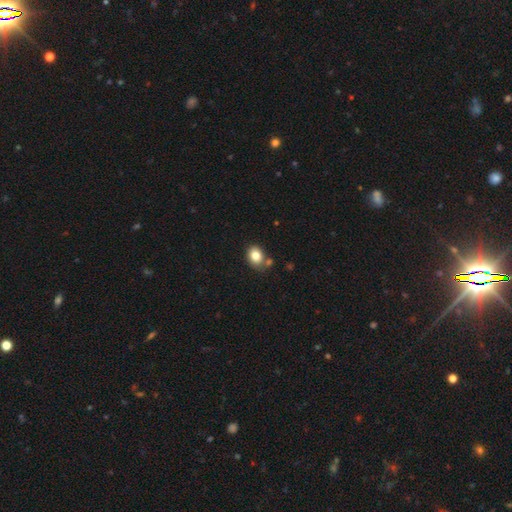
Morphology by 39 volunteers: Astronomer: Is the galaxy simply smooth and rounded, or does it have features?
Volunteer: smooth — 87%.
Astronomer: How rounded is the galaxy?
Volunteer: in between — 62% (runner-up: round, 38%).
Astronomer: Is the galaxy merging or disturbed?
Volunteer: none — 62%.